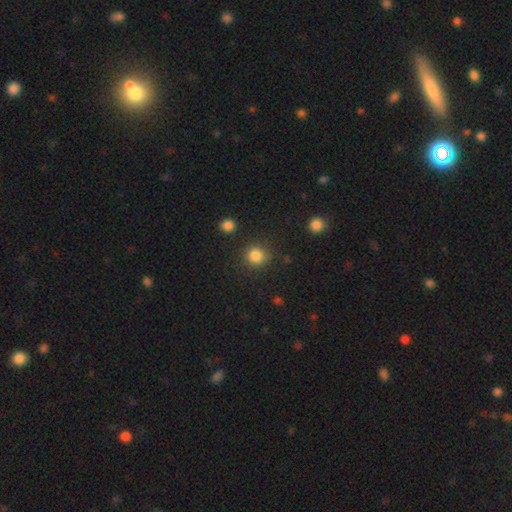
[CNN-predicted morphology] Q: Smooth or featured?
A: smooth (85%); runner-up: star or artifact (11%)
Q: How rounded?
A: round (88%); runner-up: in between (11%)
Q: Merging?
A: none (85%); runner-up: minor disturbance (9%)